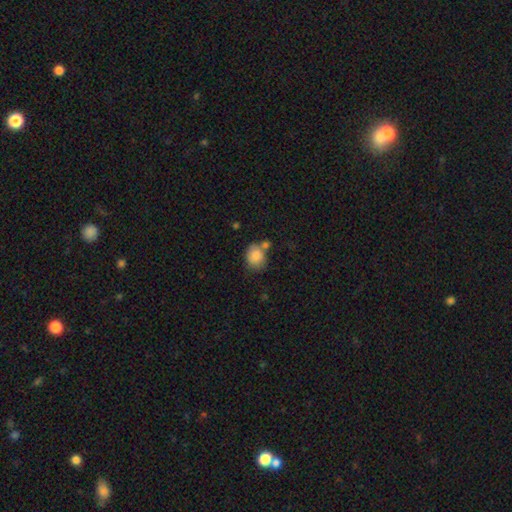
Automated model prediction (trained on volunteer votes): This is clearly a smooth galaxy (85%). How rounded: likely round (67%). Merging: possibly none (53%).